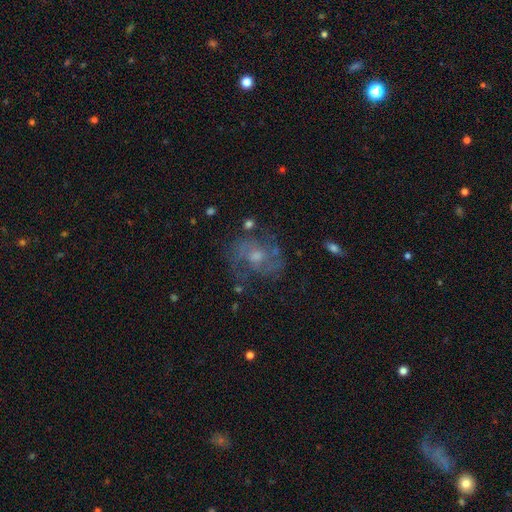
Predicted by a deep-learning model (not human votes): Smooth or featured? featured or disk (74%)
Edge-on disk? no (97%)
Bar? no (65%)
Spiral arms? yes (87%)
Spiral winding? medium (52%)
Spiral arm count? 2 (72%)
Bulge size? moderate (54%)
Merging? none (67%)